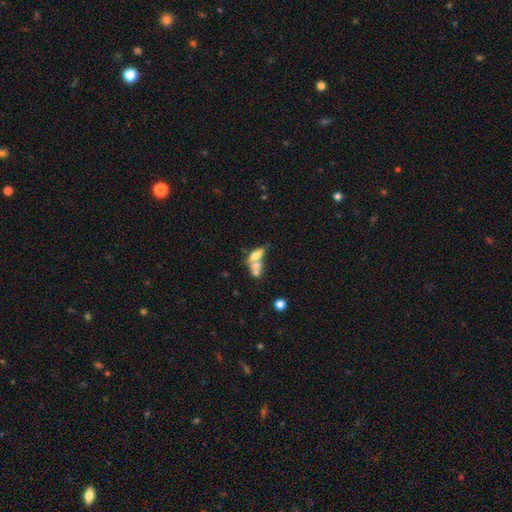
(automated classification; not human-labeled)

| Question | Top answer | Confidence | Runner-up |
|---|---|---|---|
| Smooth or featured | smooth | 55% | featured or disk (35%) |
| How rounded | in between | 73% | cigar-shaped (15%) |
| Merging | merger | 64% | none (20%) |